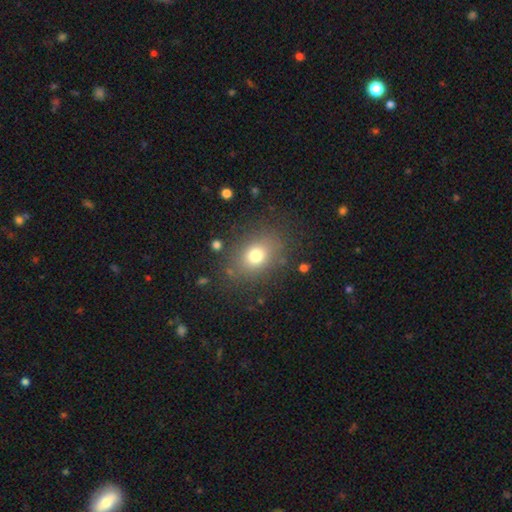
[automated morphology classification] type=smooth (75%); roundness=in between (53%); merging=none (81%).